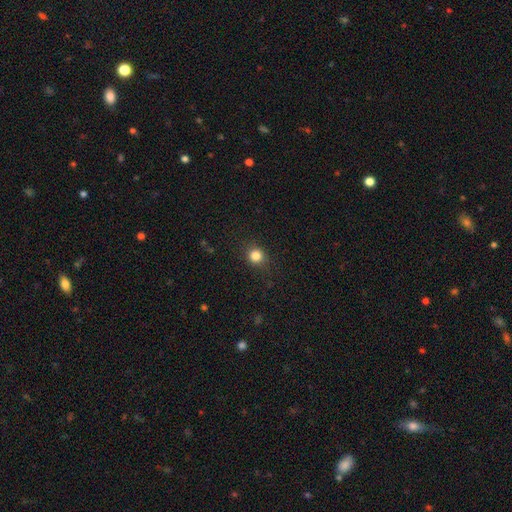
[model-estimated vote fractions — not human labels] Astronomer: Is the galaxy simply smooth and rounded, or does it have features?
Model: smooth — 83%.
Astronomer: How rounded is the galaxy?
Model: round — 86%.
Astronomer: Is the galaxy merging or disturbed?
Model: none — 86%.